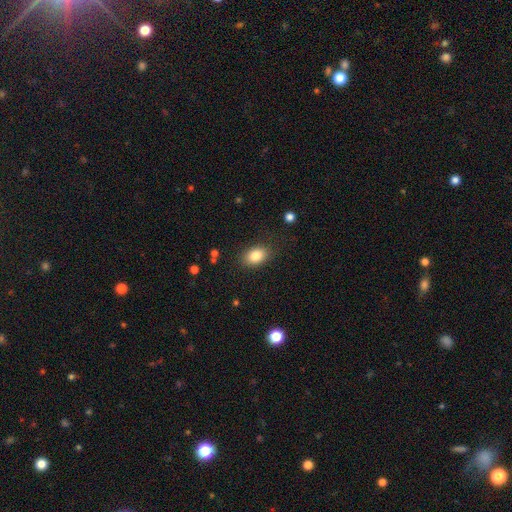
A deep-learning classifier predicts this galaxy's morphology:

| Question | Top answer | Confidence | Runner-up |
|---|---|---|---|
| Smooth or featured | smooth | 85% | star or artifact (8%) |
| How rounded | in between | 82% | round (17%) |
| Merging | none | 83% | minor disturbance (12%) |